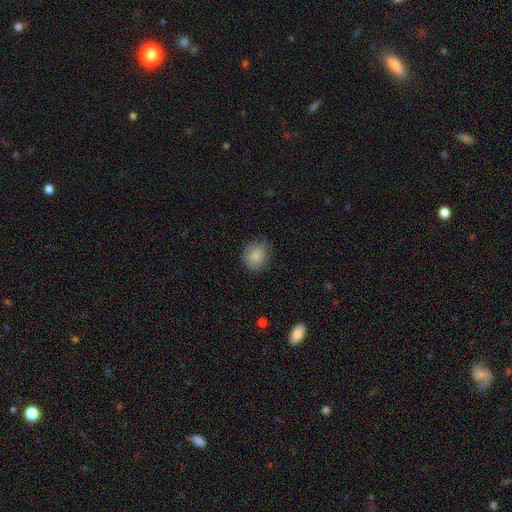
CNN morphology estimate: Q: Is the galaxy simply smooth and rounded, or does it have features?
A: smooth — 86%.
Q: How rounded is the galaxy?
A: round — 81%.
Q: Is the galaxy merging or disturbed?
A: none — 77%.